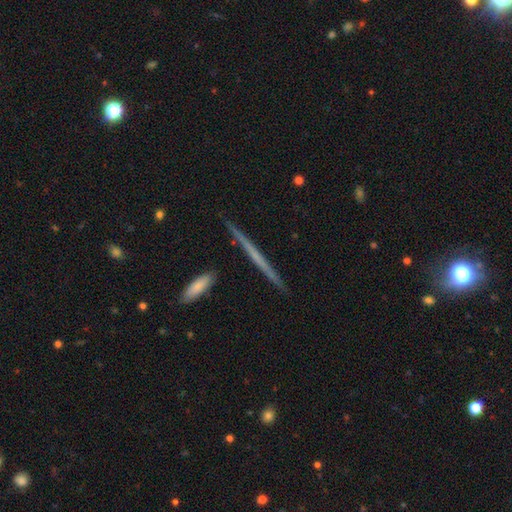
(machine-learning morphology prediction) Smooth or featured: featured or disk — 60% (smooth — 34%)
Edge-on disk: yes — 97% (no — 3%)
Edge-on bulge: none — 85% (rounded — 10%)
Merging: none — 90% (minor disturbance — 7%)